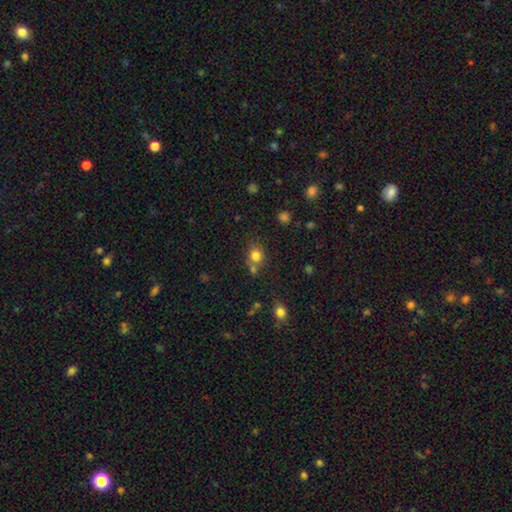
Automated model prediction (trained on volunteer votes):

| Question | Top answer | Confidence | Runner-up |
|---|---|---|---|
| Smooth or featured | smooth | 80% | star or artifact (13%) |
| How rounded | round | 77% | in between (22%) |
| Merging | none | 60% | merger (23%) |